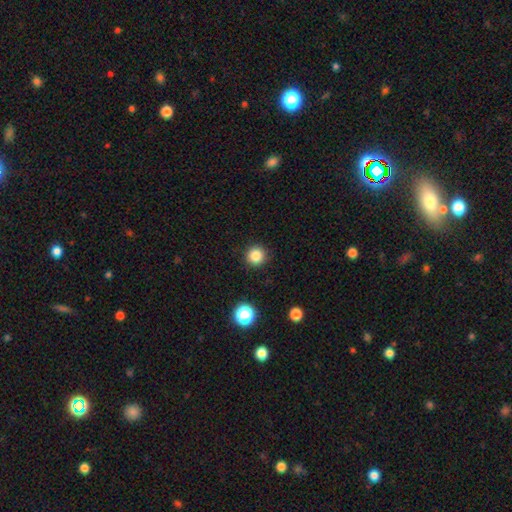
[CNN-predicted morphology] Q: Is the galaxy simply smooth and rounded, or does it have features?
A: smooth — 84%.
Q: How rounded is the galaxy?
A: round — 95%.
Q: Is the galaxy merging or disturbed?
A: none — 92%.